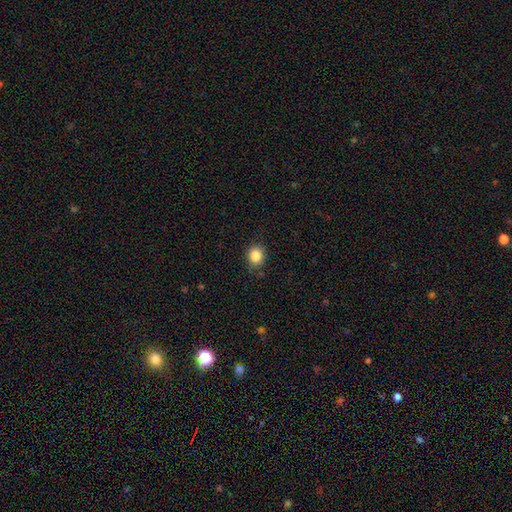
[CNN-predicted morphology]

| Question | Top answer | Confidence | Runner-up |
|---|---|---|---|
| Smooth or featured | smooth | 85% | star or artifact (10%) |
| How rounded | round | 70% | in between (29%) |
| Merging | none | 83% | minor disturbance (13%) |